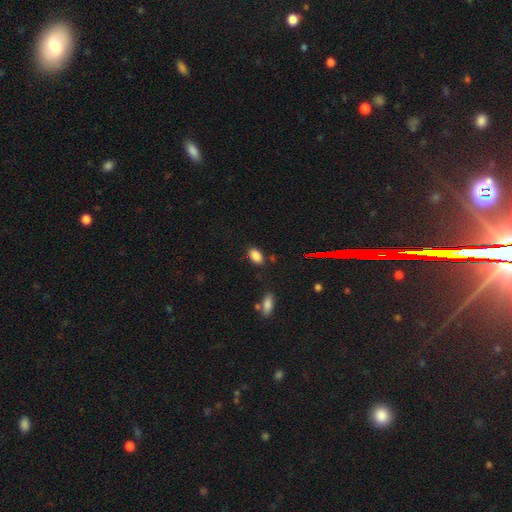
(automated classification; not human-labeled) A smooth galaxy with no disk features (84%) that is in between round and cigar-shaped (88%). Merging: none (81%).